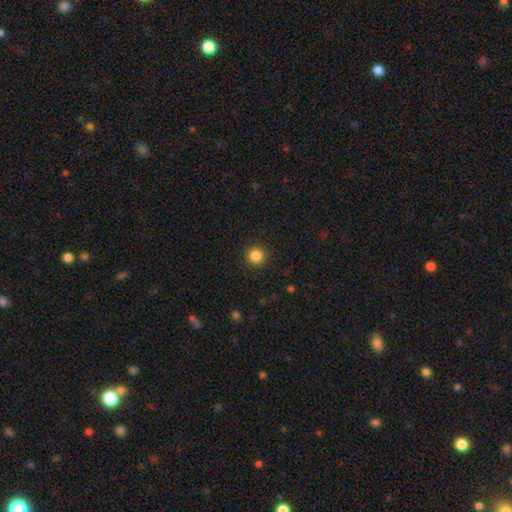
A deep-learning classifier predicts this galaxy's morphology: smooth 85%, star or artifact 11%, featured or disk 4%. Down the decision tree: how rounded — round (94%); merging — none (91%).